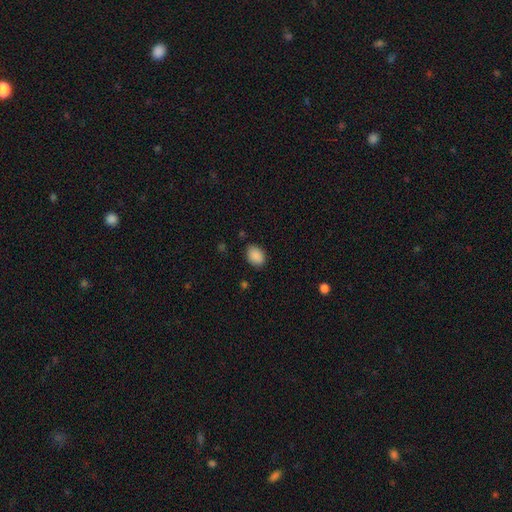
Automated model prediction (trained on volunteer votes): A smooth galaxy with no disk features (89%) that is in between round and cigar-shaped (81%).

Vote fractions:
- Smooth or featured? smooth: 89% / star or artifact: 8% / featured or disk: 3%
- How rounded? in between: 81% / round: 18% / cigar-shaped: 1%
- Merging? none: 83% / minor disturbance: 13% / major disturbance: 3% / merger: 1%